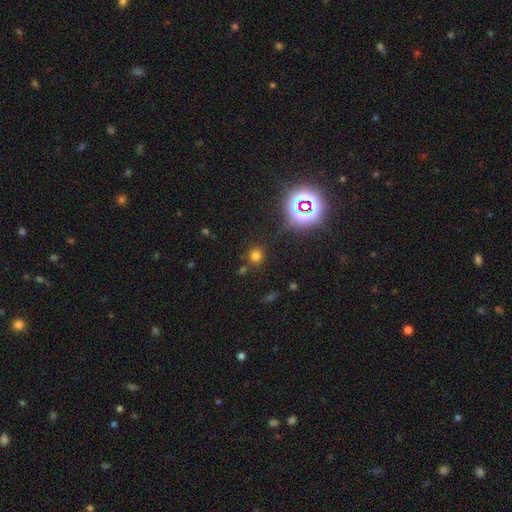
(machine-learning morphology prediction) Smooth or featured?
  - smooth: 66% *
  - star or artifact: 27%
  - featured or disk: 7%
How rounded?
  - round: 85% *
  - in between: 14%
  - cigar-shaped: 1%
Merging?
  - none: 81% *
  - minor disturbance: 9%
  - merger: 6%
  - major disturbance: 4%